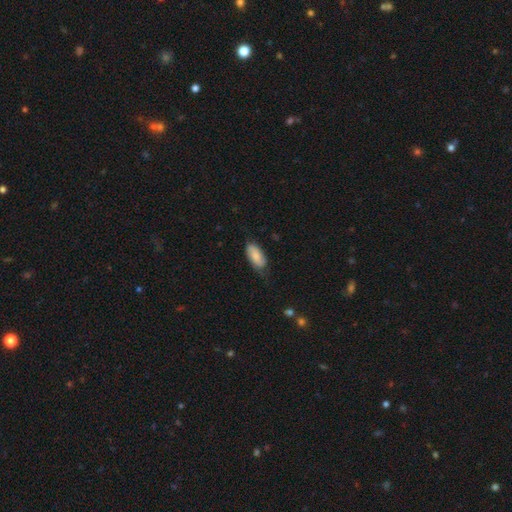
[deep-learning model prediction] Smooth or featured?
  - smooth: 69% *
  - featured or disk: 25%
  - star or artifact: 6%
How rounded?
  - in between: 90% *
  - cigar-shaped: 7%
  - round: 2%
Merging?
  - none: 62% *
  - minor disturbance: 29%
  - major disturbance: 7%
  - merger: 1%